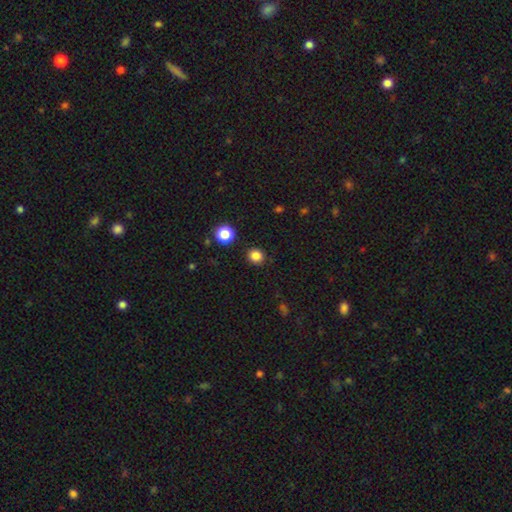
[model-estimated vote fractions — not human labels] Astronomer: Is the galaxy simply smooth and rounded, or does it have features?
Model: smooth — 84%.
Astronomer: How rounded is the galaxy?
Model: round — 90%.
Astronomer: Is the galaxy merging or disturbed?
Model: none — 91%.